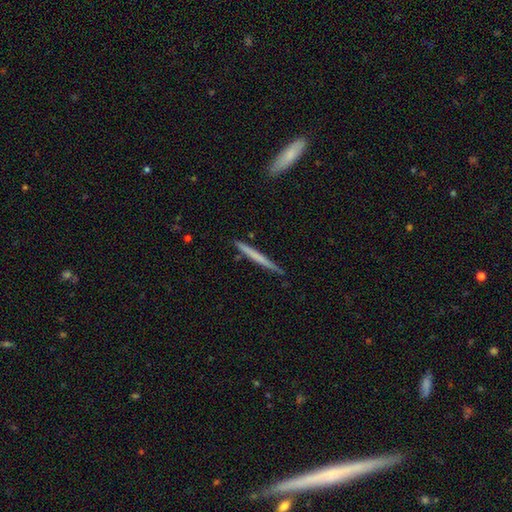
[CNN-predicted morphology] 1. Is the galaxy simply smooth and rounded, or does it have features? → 55% smooth, 40% featured or disk, 5% star or artifact.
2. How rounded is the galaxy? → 97% cigar-shaped, 2% in between, 1% round.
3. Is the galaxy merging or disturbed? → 90% none, 7% minor disturbance, 1% merger, 1% major disturbance.